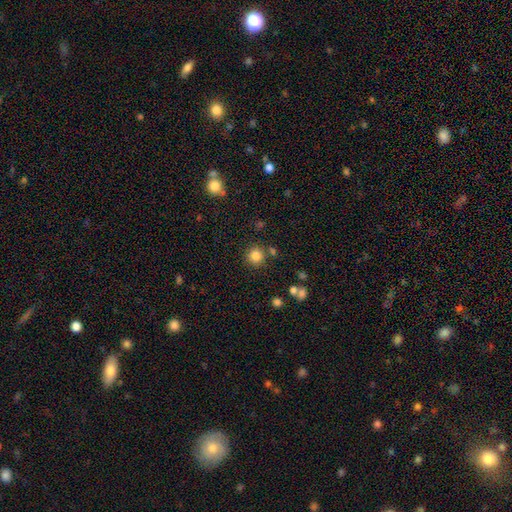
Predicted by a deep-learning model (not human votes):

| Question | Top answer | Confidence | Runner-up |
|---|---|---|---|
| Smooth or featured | smooth | 83% | star or artifact (12%) |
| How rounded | round | 93% | in between (6%) |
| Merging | none | 83% | minor disturbance (8%) |